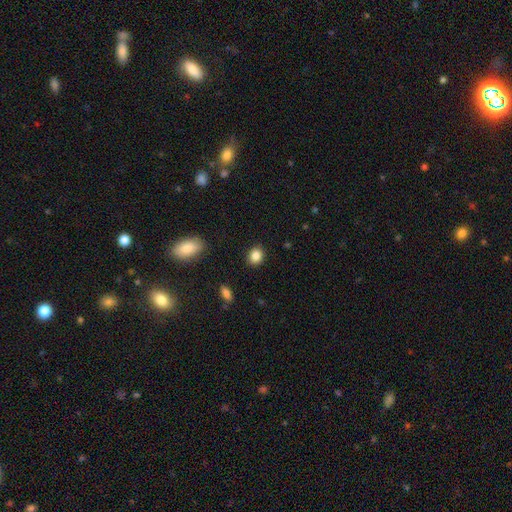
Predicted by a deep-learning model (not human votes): Smooth or featured? smooth (85%)
How rounded? round (64%)
Merging? none (89%)